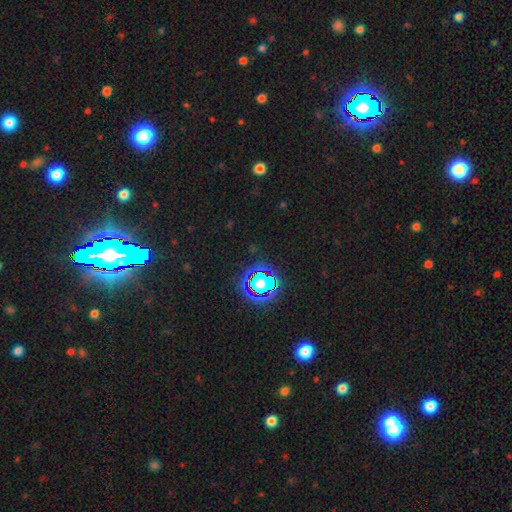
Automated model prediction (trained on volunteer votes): Smooth or featured? Predicted: star or artifact (p=0.80).